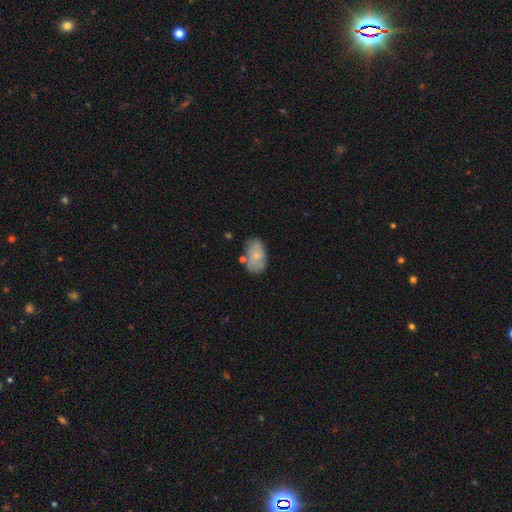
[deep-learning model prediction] smooth 69%, featured or disk 24%, star or artifact 7%. Down the decision tree: how rounded — in between (91%); merging — none (63%).